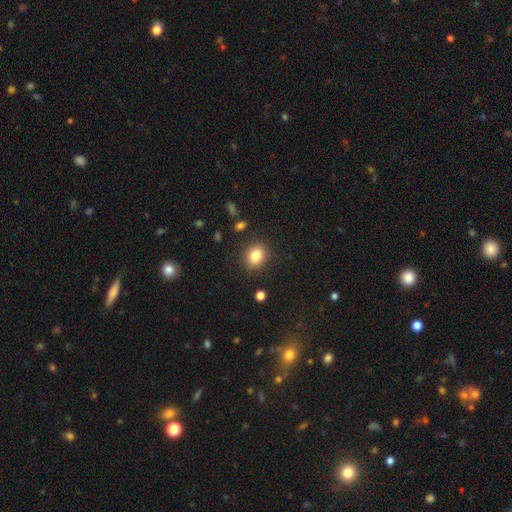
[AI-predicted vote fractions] Smooth or featured? Predicted: smooth (p=0.83). How rounded? Predicted: round (p=0.60). Merging? Predicted: none (p=0.87).